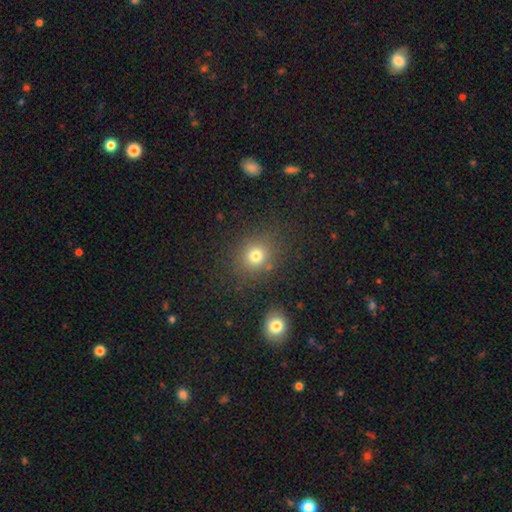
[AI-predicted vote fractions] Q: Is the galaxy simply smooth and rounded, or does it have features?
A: smooth — 75%.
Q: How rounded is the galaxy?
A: round — 83%.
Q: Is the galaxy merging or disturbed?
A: none — 82%.